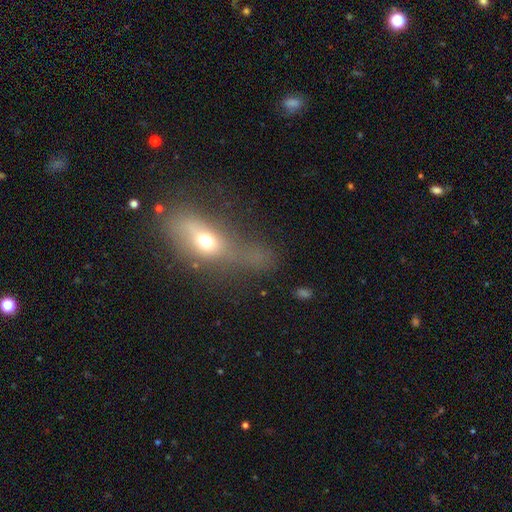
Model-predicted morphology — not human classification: This appears to be a smooth galaxy with no disk features (47%). Merging: major disturbance (39%).